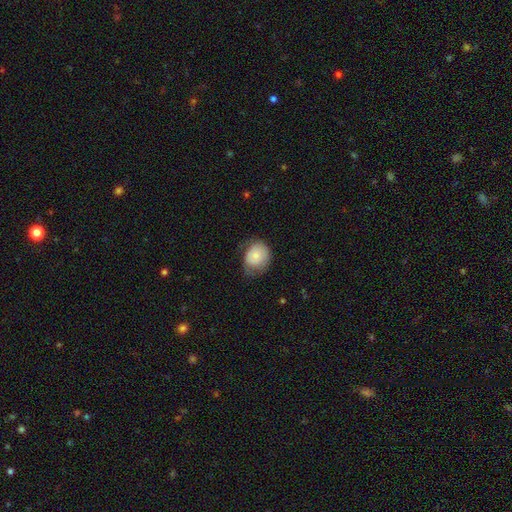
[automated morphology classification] A smooth galaxy with no disk features (75%) that is round (51%). Merging: none (49%).